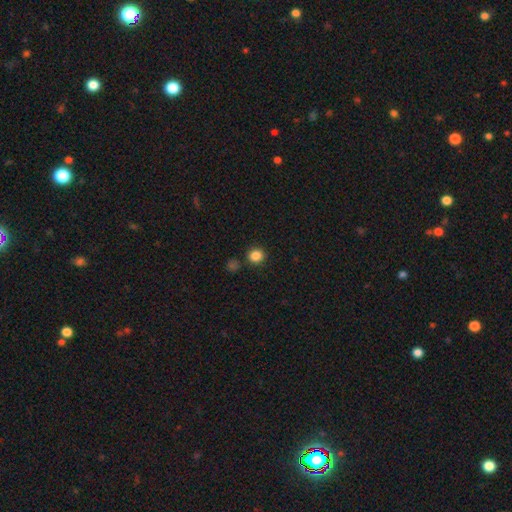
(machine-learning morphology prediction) smooth_or_featured: smooth (p=0.85) [alt: star or artifact p=0.12]
how_rounded: round (p=0.85) [alt: in between p=0.15]
merging: none (p=0.86) [alt: minor disturbance p=0.07]